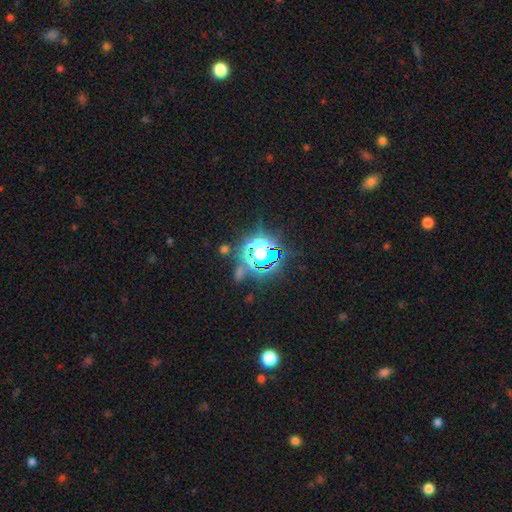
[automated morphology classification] A star or artifact, not a galaxy (75%).

Vote fractions:
- Smooth or featured? star or artifact: 75% / smooth: 15% / featured or disk: 10%